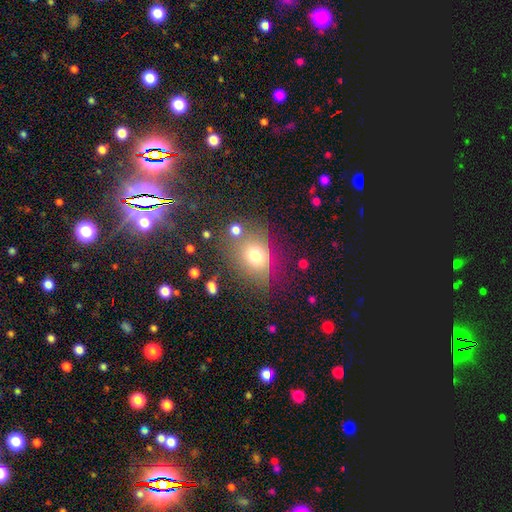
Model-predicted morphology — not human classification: A smooth galaxy with no disk features (69%) that is in between round and cigar-shaped (50%). Merging: none (61%).